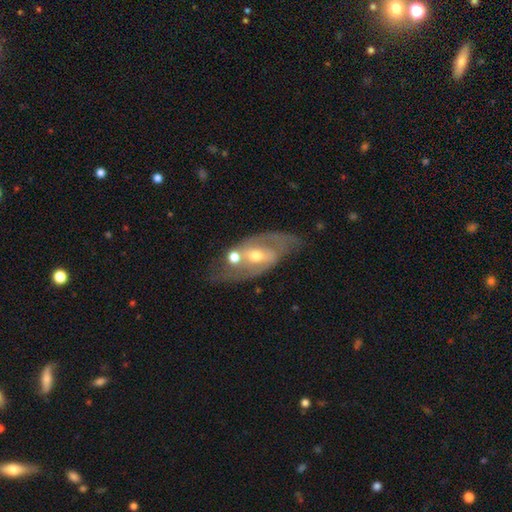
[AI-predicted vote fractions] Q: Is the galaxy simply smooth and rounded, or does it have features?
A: featured or disk — 78%.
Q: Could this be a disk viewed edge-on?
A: no — 92%.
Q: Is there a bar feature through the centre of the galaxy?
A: weak — 39%.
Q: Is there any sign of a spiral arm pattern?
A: yes — 80%.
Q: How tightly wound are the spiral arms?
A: medium — 49%.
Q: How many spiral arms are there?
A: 2 — 83%.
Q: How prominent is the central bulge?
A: moderate — 67%.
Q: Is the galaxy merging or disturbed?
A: none — 59%.